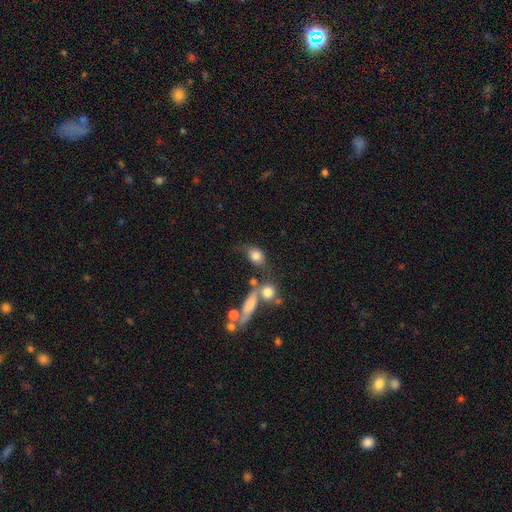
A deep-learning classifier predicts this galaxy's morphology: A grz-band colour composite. It shows a smooth galaxy with no disk features (76%) that is in between round and cigar-shaped (63%). Merging: none (42%).